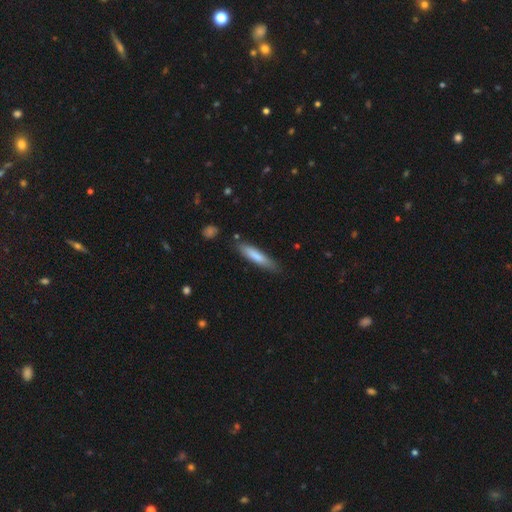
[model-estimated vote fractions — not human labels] Smooth or featured: smooth — 78% (featured or disk — 17%)
How rounded: cigar-shaped — 85% (in between — 14%)
Merging: none — 80% (minor disturbance — 15%)